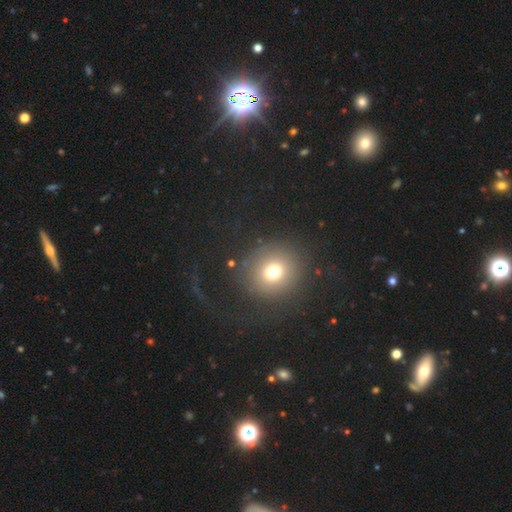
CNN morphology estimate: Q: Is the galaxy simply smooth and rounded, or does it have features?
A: smooth — 53%.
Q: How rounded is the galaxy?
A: round — 90%.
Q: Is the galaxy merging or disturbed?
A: none — 78%.